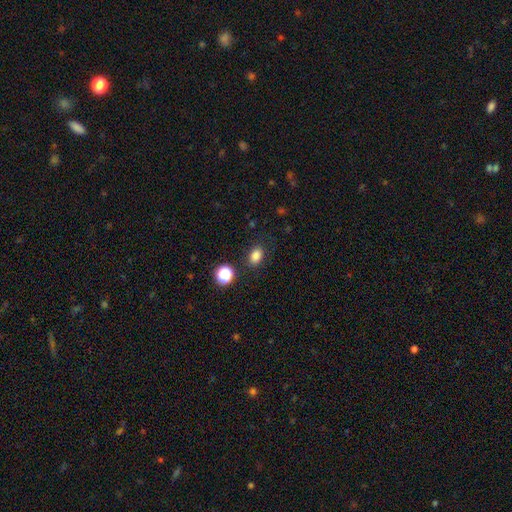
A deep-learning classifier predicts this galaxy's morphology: Smooth or featured? Predicted: smooth (p=0.83). How rounded? Predicted: in between (p=0.73). Merging? Predicted: none (p=0.83).